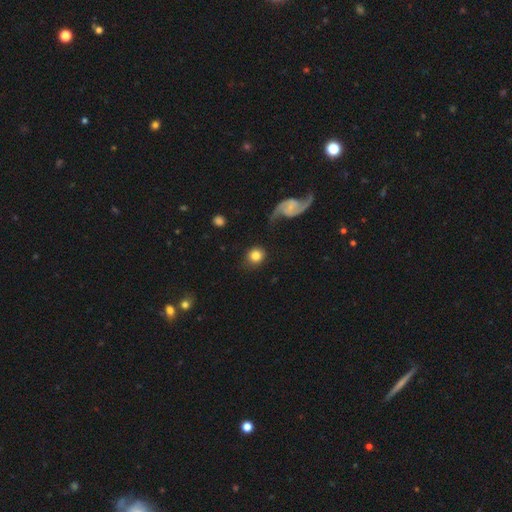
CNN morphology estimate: This appears to be a smooth galaxy with no disk features (78%) that is round (89%). Merging: none (79%).